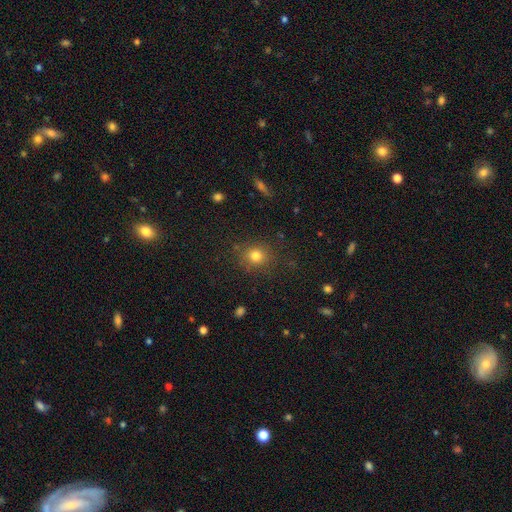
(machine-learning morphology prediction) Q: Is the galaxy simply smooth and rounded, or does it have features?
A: smooth — 79%.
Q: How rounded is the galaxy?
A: round — 82%.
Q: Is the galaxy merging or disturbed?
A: none — 83%.